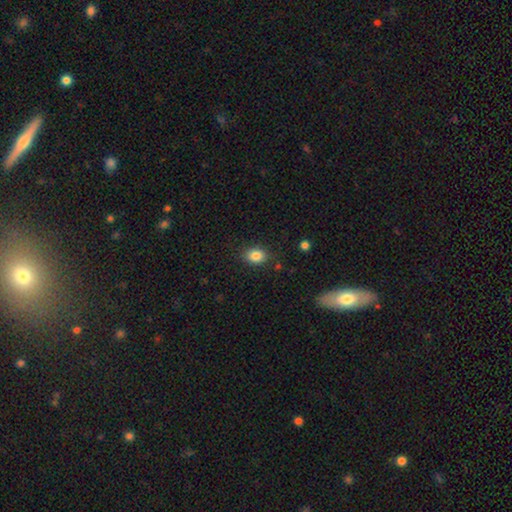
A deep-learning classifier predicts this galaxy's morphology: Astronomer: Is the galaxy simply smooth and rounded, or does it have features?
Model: smooth — 84%.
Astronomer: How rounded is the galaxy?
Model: in between — 63%.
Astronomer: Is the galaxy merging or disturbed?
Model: none — 84%.